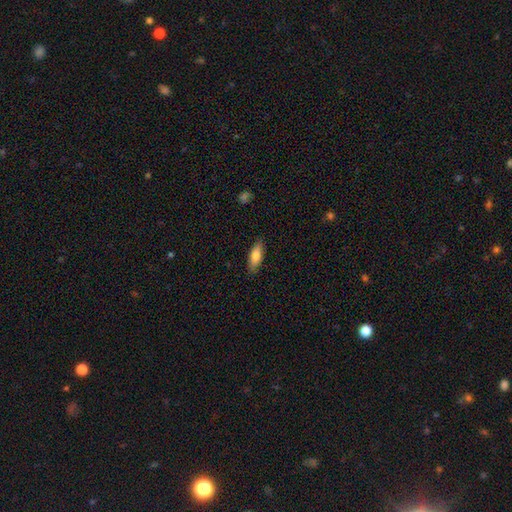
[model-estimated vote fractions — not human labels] Q: Smooth or featured?
A: smooth (79%); runner-up: featured or disk (15%)
Q: How rounded?
A: in between (65%); runner-up: cigar-shaped (33%)
Q: Merging?
A: none (85%); runner-up: minor disturbance (11%)